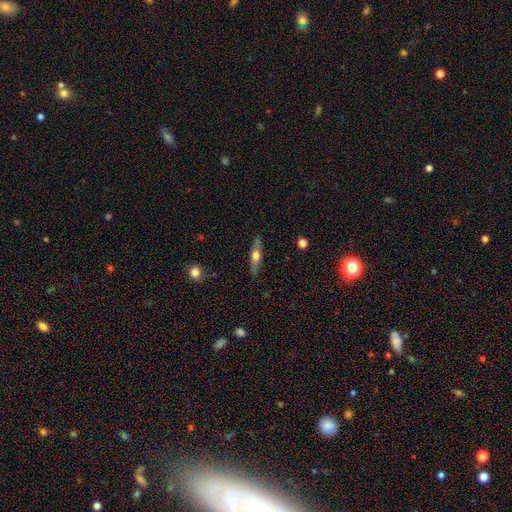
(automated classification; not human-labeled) Smooth or featured?
  - featured or disk: 50% *
  - smooth: 43%
  - star or artifact: 6%
Edge-on disk?
  - yes: 89% *
  - no: 11%
Merging?
  - none: 86% *
  - minor disturbance: 10%
  - major disturbance: 2%
  - merger: 1%